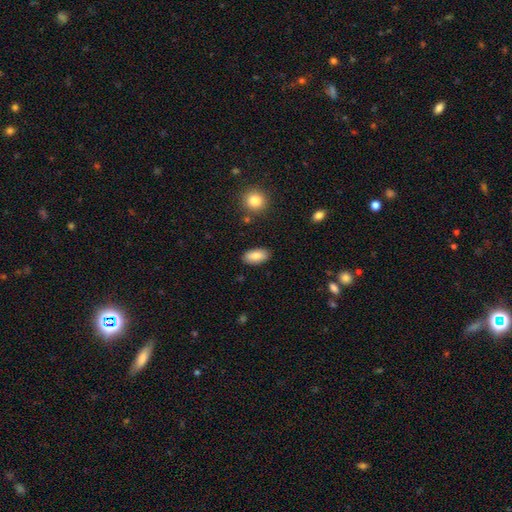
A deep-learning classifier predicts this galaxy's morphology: smooth-or-featured: smooth: 85% | featured or disk: 9% | star or artifact: 7%
  how-rounded: in between: 92% | cigar-shaped: 5% | round: 3%
  merging: none: 87% | minor disturbance: 9% | major disturbance: 2% | merger: 2%